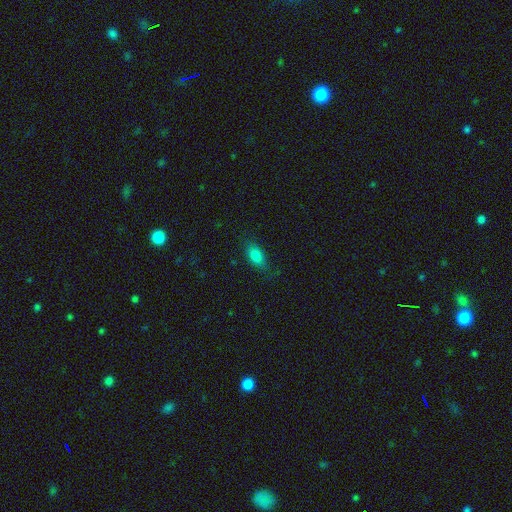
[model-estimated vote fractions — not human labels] Overall: smooth (81%). How rounded: in between (85%). Merging: none (78%).